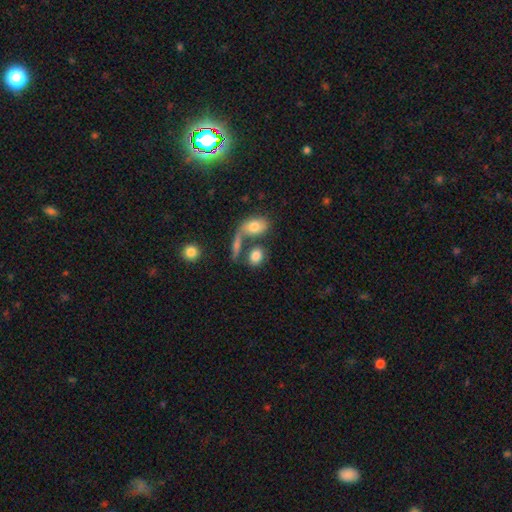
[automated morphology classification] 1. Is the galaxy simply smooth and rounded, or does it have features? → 80% smooth, 12% featured or disk, 8% star or artifact.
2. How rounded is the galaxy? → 70% in between, 26% round, 4% cigar-shaped.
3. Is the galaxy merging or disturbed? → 45% none, 38% merger, 10% minor disturbance, 7% major disturbance.